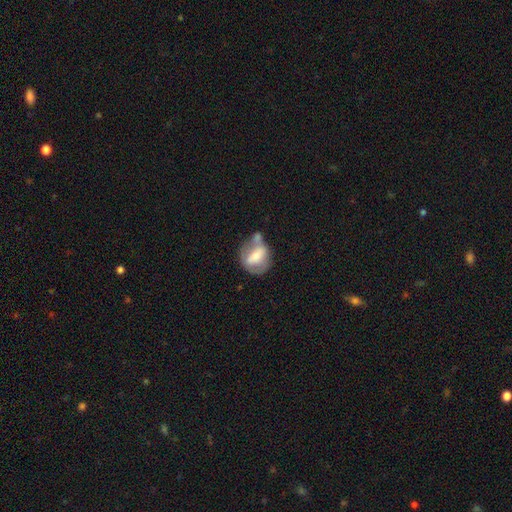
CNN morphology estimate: This appears to be a smooth galaxy with no disk features (47%). Merging: merger (31%, tied with none).